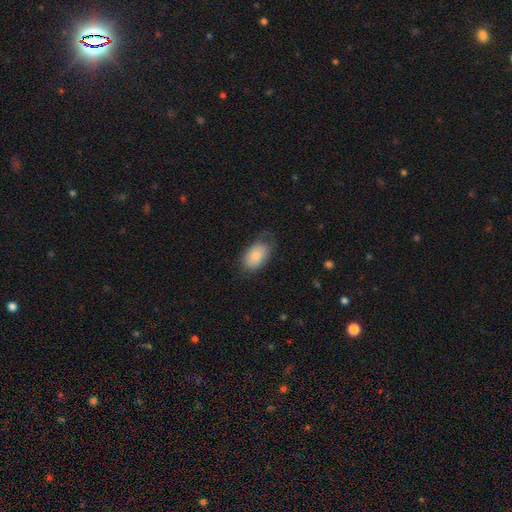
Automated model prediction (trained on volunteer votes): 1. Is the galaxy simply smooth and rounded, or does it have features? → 81% smooth, 12% featured or disk, 7% star or artifact.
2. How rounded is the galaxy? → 90% in between, 8% round, 1% cigar-shaped.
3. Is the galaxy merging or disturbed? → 66% none, 25% minor disturbance, 8% major disturbance, 1% merger.